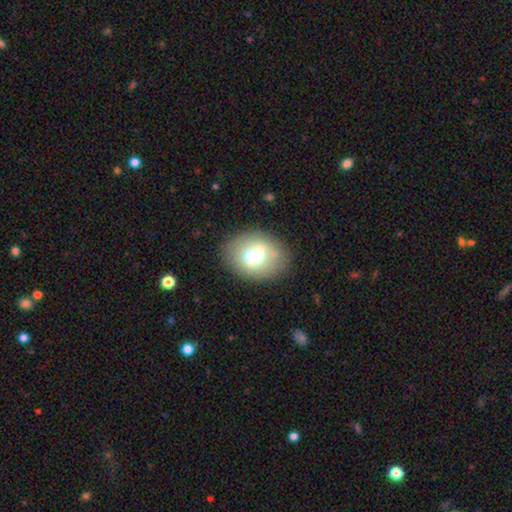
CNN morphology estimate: Smooth or featured? Predicted: smooth (p=0.56). How rounded? Predicted: in between (p=0.55). Merging? Predicted: none (p=0.65).